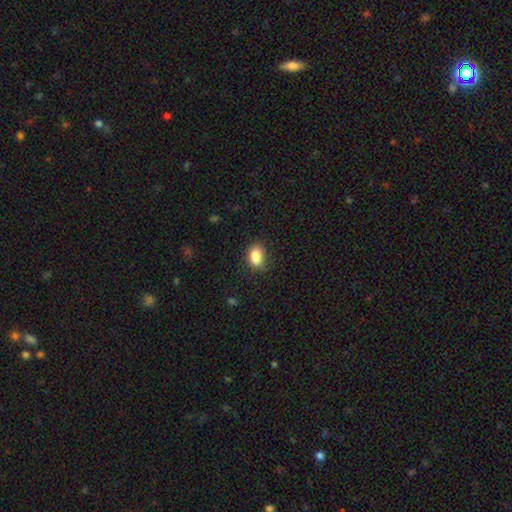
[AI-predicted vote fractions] Smooth or featured: smooth — 87% (star or artifact — 9%)
How rounded: in between — 84% (round — 14%)
Merging: none — 76% (minor disturbance — 18%)